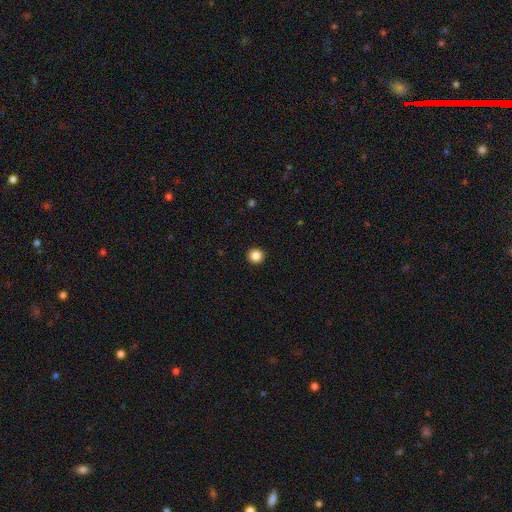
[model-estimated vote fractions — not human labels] smooth_or_featured: smooth (p=0.86) [alt: star or artifact p=0.10]
how_rounded: round (p=0.95) [alt: in between p=0.04]
merging: none (p=0.94) [alt: minor disturbance p=0.04]